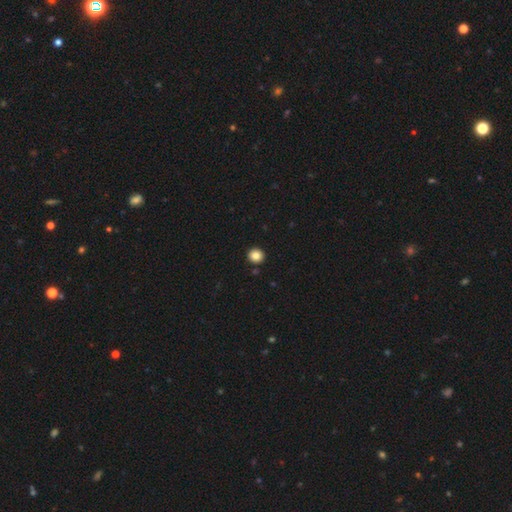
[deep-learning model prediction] Smooth or featured: smooth — 85% (star or artifact — 10%)
How rounded: round — 90% (in between — 9%)
Merging: none — 92% (minor disturbance — 5%)